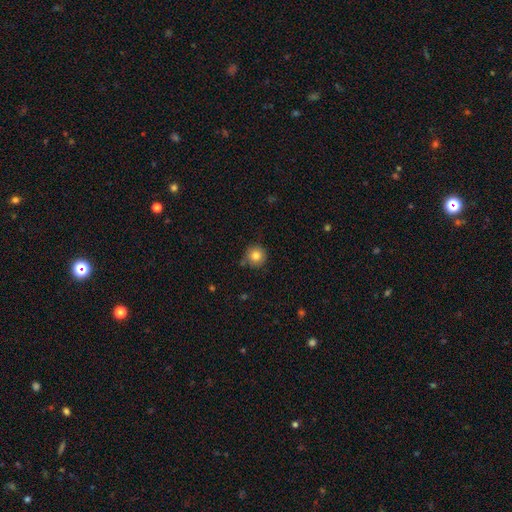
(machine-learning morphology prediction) This appears to be a smooth galaxy with no disk features (82%) that is round (95%). Merging: none (82%).